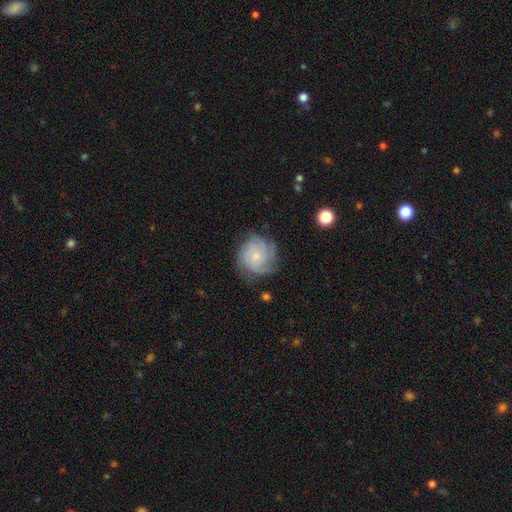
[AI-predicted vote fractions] smooth_or_featured: featured or disk (p=0.68) [alt: smooth p=0.25]
disk_edge_on: no (p=0.98) [alt: yes p=0.02]
bar: no (p=0.77) [alt: weak p=0.21]
has_spiral_arms: yes (p=0.93) [alt: no p=0.07]
spiral_winding: tight (p=0.63) [alt: medium p=0.29]
spiral_arm_count: can't tell (p=0.34) [alt: 3 p=0.25]
bulge_size: small (p=0.65) [alt: moderate p=0.26]
merging: none (p=0.72) [alt: minor disturbance p=0.20]